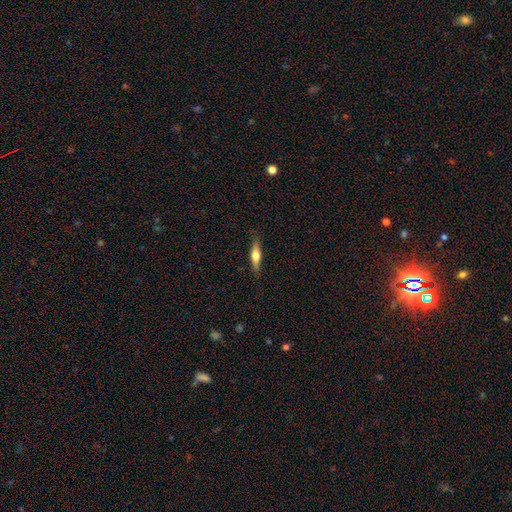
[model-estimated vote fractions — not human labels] Smooth or featured: smooth — 51% (featured or disk — 43%)
How rounded: cigar-shaped — 72% (in between — 26%)
Merging: none — 85% (minor disturbance — 12%)